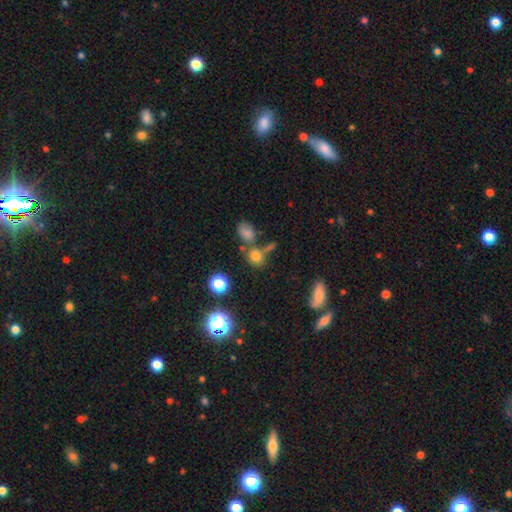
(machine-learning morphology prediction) This is likely a smooth galaxy (72%). How rounded: possibly round (58%). Merging: possibly none (55%).